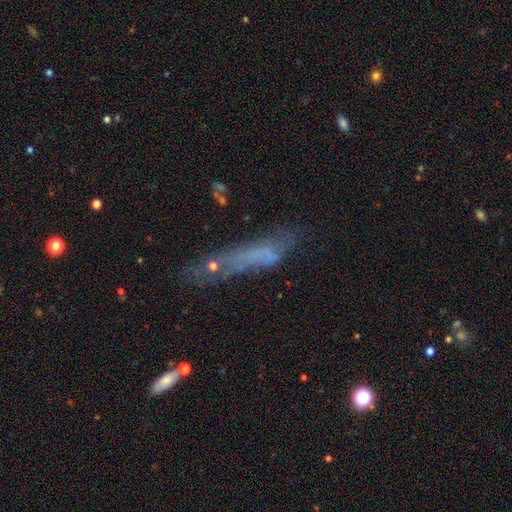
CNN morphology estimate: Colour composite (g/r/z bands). It shows a smooth galaxy with no disk features (47%). Merging: none (44%).